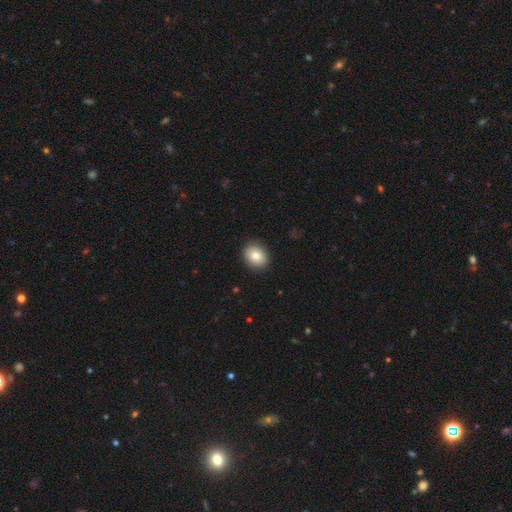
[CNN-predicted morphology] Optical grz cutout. It shows a smooth galaxy with no disk features (81%) that is round (58%). Merging: none (90%).